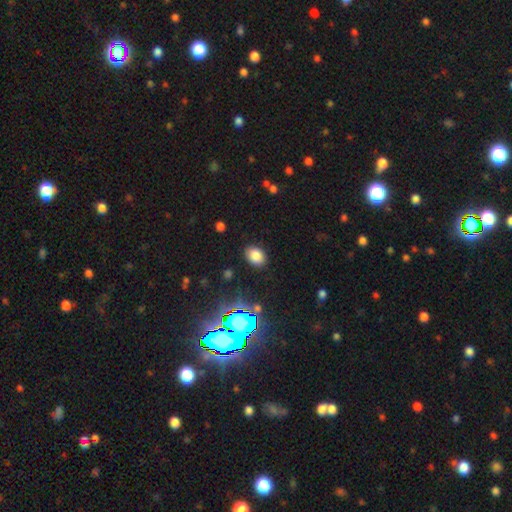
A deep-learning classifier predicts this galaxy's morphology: Q: Smooth or featured?
A: smooth (79%); runner-up: star or artifact (15%)
Q: How rounded?
A: in between (74%); runner-up: round (25%)
Q: Merging?
A: none (86%); runner-up: minor disturbance (9%)